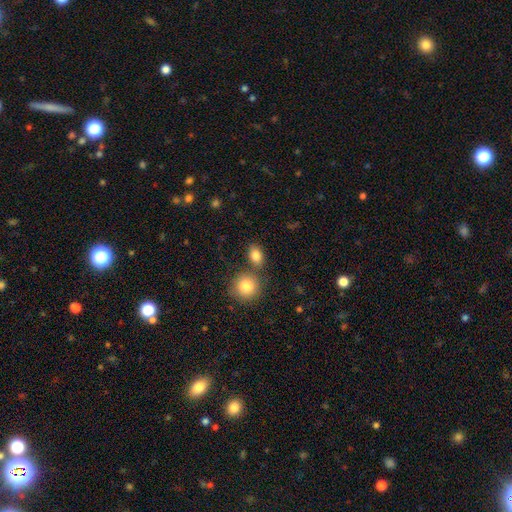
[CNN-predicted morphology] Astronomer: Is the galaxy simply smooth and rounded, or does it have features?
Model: smooth — 85%.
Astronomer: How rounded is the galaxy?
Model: in between — 69%.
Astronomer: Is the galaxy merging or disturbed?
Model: none — 66%.